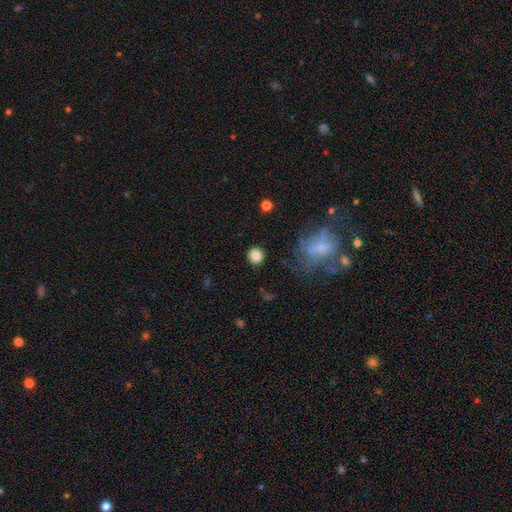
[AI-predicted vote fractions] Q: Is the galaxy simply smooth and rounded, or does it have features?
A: smooth — 86%.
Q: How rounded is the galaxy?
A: round — 90%.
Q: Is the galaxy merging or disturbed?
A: none — 87%.